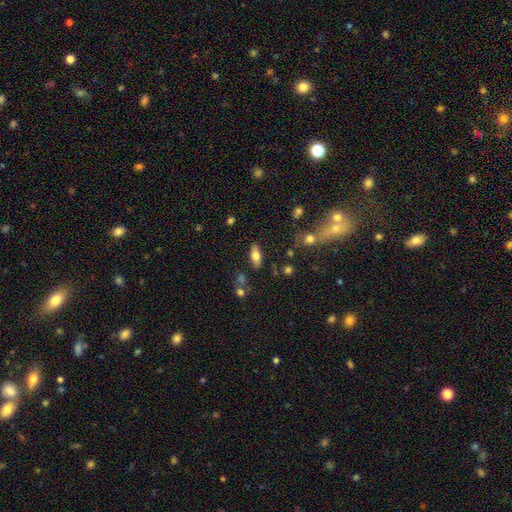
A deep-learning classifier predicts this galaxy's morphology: Overall: smooth (66%; featured or disk 27%). How rounded: in between (81%). Merging: none (82%).